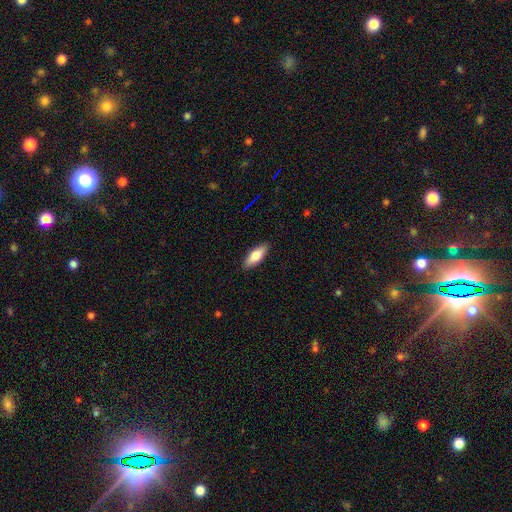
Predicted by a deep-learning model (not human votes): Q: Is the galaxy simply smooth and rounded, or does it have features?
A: smooth — 75%.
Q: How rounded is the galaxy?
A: in between — 65%.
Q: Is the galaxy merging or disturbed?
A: none — 89%.